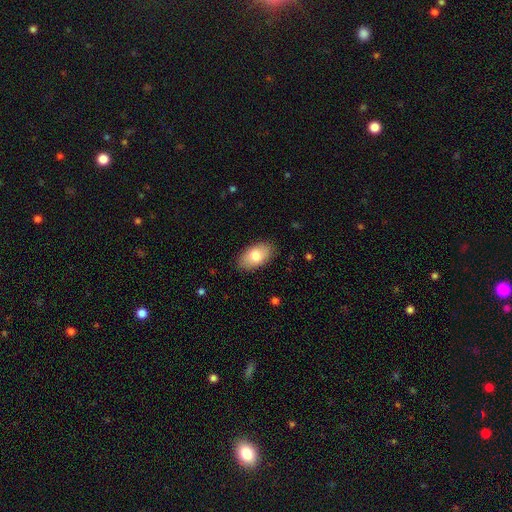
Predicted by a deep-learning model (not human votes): Smooth or featured? smooth (79%)
How rounded? in between (94%)
Merging? none (87%)